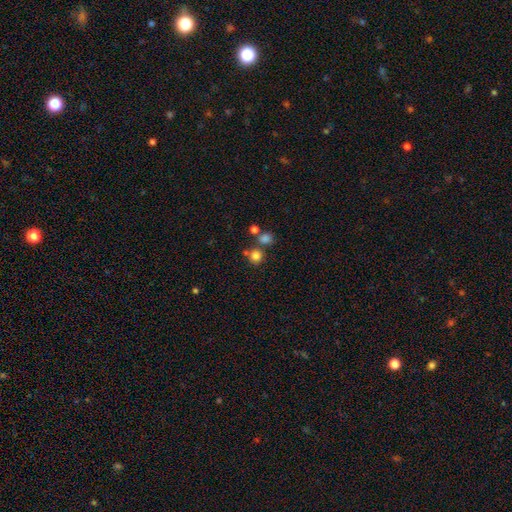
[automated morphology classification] Smooth or featured? smooth (79%)
How rounded? round (90%)
Merging? none (71%)